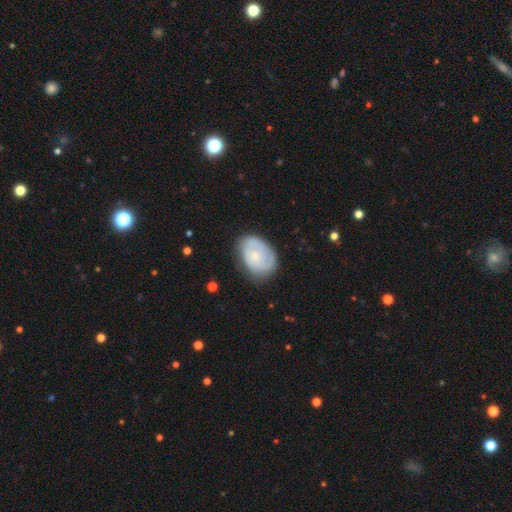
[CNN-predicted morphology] smooth_or_featured: smooth (p=0.53) [alt: featured or disk p=0.40]
how_rounded: in between (p=0.78) [alt: round p=0.21]
merging: none (p=0.65) [alt: minor disturbance p=0.25]